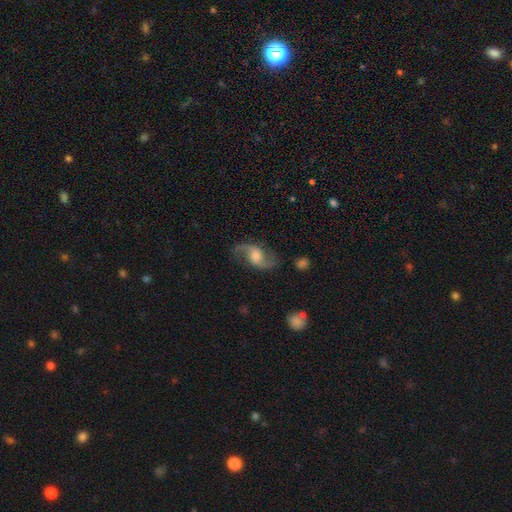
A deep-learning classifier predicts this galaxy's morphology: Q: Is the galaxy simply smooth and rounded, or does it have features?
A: featured or disk — 87%.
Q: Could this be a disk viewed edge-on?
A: no — 97%.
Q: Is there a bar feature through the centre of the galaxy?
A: no — 47%.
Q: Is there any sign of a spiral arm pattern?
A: yes — 97%.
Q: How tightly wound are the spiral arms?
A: loose — 68%.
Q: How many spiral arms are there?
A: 2 — 94%.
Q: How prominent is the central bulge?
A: moderate — 53%.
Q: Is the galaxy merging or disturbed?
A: none — 79%.